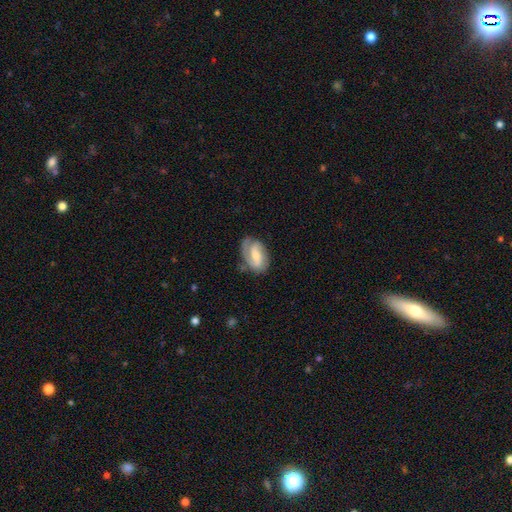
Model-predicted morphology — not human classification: This is likely a featured or disk galaxy (70%). It is clearly not viewed edge-on (96%). Bar: possibly weak (47%). Spiral arm pattern: clearly yes (90%). Spiral arm count: likely 2 (64%). Spiral winding: marginally medium (43%). Central bulge: possibly moderate (46%). Merging: likely none (63%).